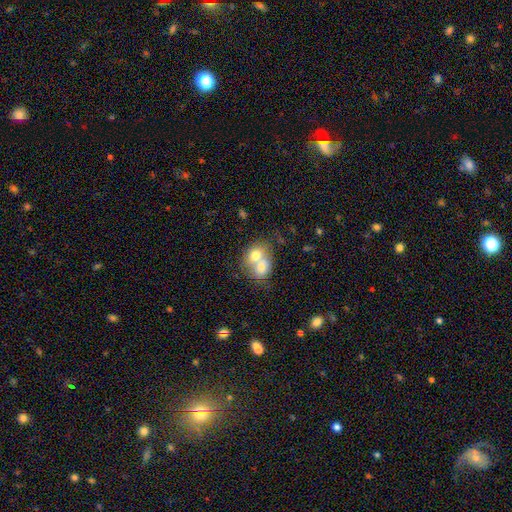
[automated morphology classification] smooth-or-featured: smooth: 67% | featured or disk: 25% | star or artifact: 8%
  how-rounded: round: 52% | in between: 47% | cigar-shaped: 1%
  merging: merger: 74% | none: 17% | minor disturbance: 5% | major disturbance: 3%